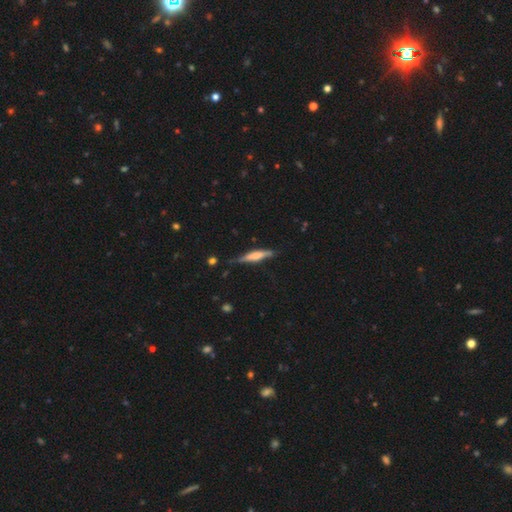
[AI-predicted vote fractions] A featured or disk galaxy (50%) viewed edge-on (94%). Merging: none (76%).